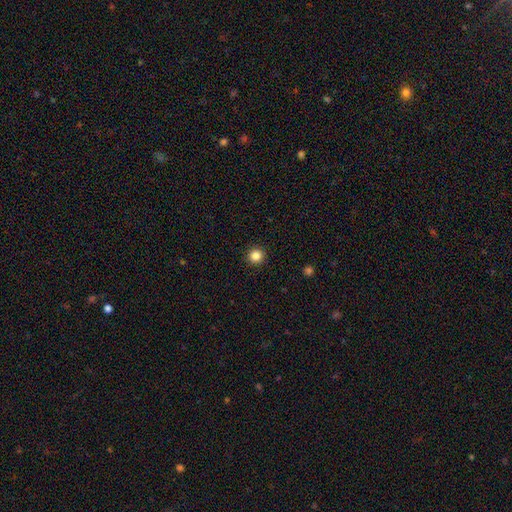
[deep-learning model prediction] This appears to be a smooth galaxy with no disk features (84%) that is round (94%). Merging: none (92%).